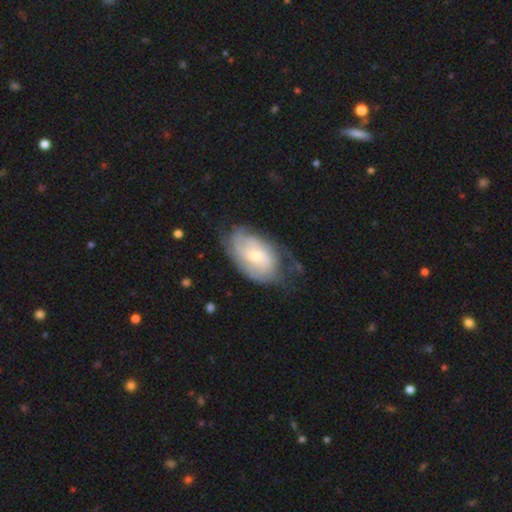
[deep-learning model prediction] Overall: featured or disk (68%). Edge-on disk: no (95%). Bar: no (65%; weak 30%). Spiral arms: yes (88%). Spiral arm count: can't tell (48%; 2 23%). Spiral winding: tight (53%; medium 33%). Bulge size: small (55%; moderate 39%). Merging: none (57%; minor disturbance 26%).